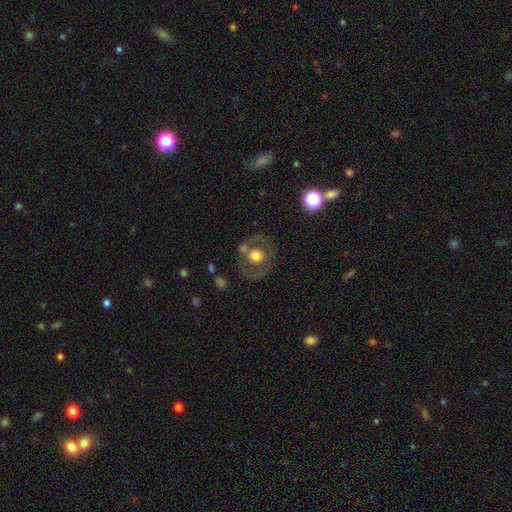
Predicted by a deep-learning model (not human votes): smooth-or-featured: smooth: 48% | featured or disk: 43% | star or artifact: 9%
  merging: none: 71% | minor disturbance: 13% | major disturbance: 8% | merger: 8%